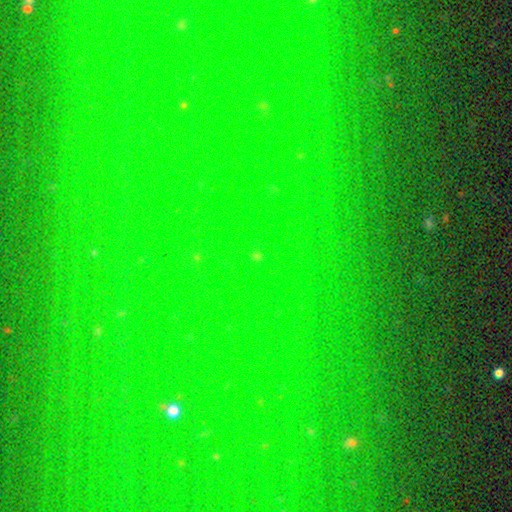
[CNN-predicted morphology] A star or artifact, not a galaxy (81%).